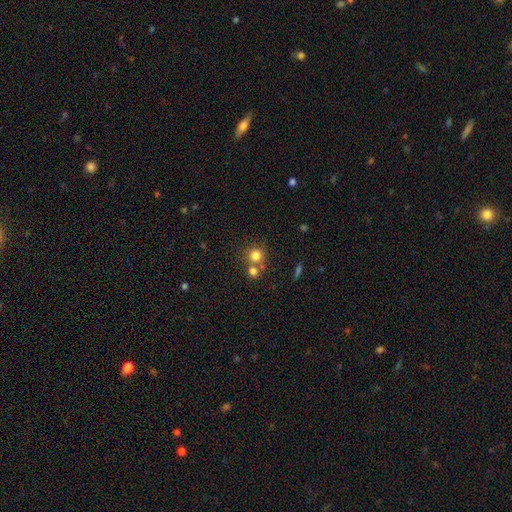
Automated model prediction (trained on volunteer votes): Morphology: type=smooth (78%); roundness=round (90%); merging=none (56%).